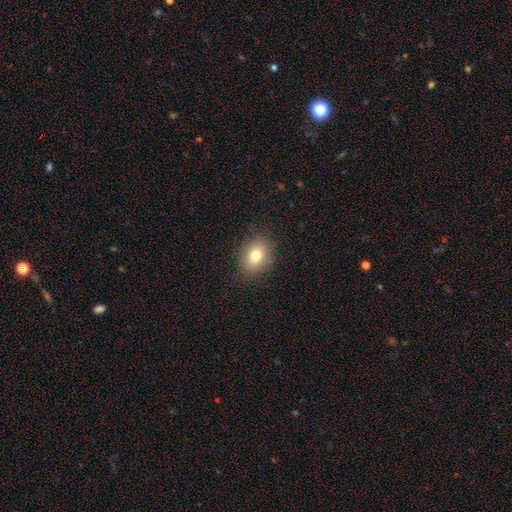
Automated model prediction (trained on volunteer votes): Smooth or featured? smooth (79%)
How rounded? in between (71%)
Merging? none (86%)